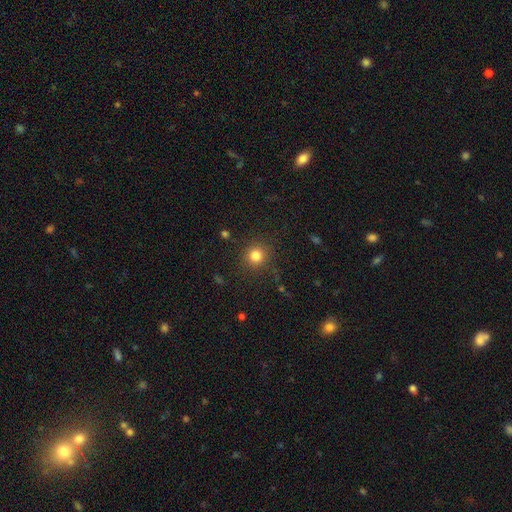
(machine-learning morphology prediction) Smooth or featured?
  - smooth: 82% *
  - star or artifact: 13%
  - featured or disk: 5%
How rounded?
  - round: 91% *
  - in between: 8%
  - cigar-shaped: 1%
Merging?
  - none: 88% *
  - minor disturbance: 8%
  - major disturbance: 3%
  - merger: 1%